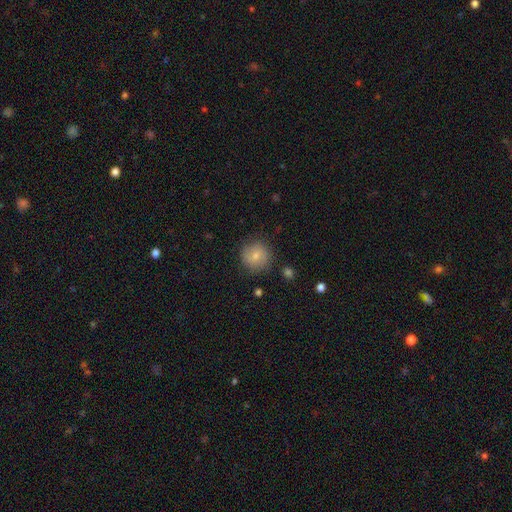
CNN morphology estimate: This is likely a smooth galaxy (75%). How rounded: clearly round (92%). Merging: clearly none (82%).